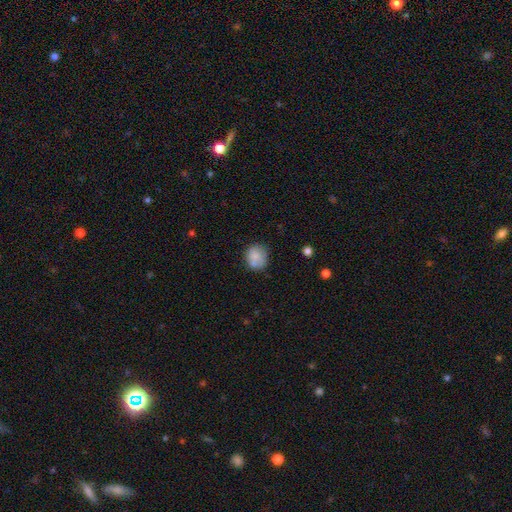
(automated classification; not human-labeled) Smooth or featured? Predicted: smooth (p=0.74). How rounded? Predicted: round (p=0.75). Merging? Predicted: none (p=0.56).